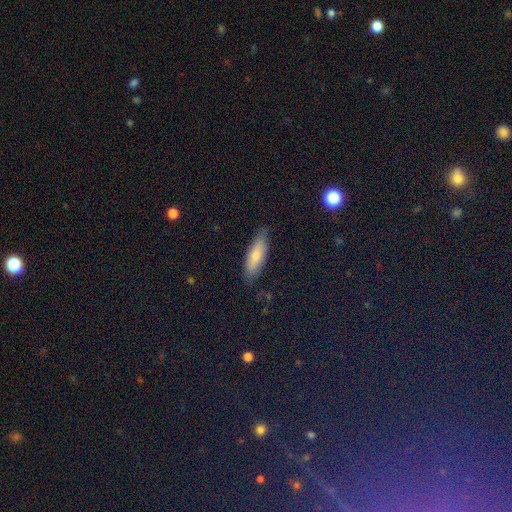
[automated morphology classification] Smooth or featured: smooth — 76% (featured or disk — 18%)
How rounded: in between — 51% (cigar-shaped — 47%)
Merging: none — 78% (minor disturbance — 18%)